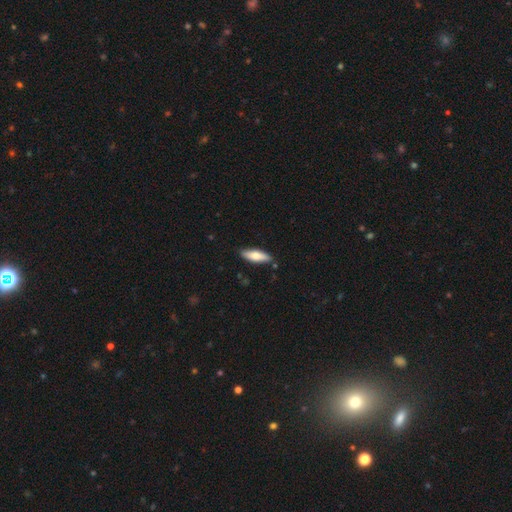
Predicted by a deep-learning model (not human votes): smooth-or-featured: smooth: 67% | featured or disk: 28% | star or artifact: 5%
  how-rounded: in between: 54% | cigar-shaped: 44% | round: 2%
  merging: none: 86% | minor disturbance: 11% | merger: 2% | major disturbance: 2%